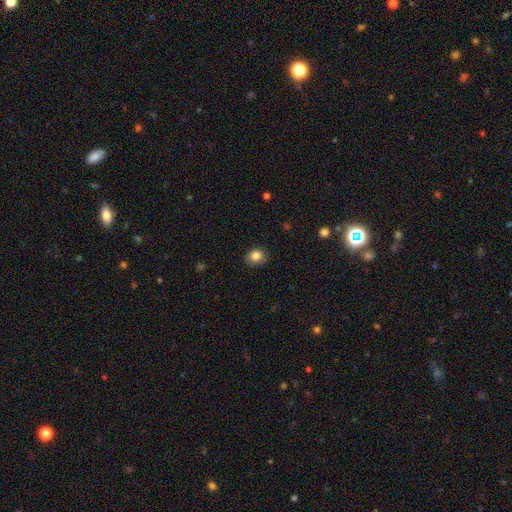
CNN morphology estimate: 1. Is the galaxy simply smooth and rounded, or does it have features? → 84% smooth, 10% star or artifact, 6% featured or disk.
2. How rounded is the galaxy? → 62% round, 38% in between, 1% cigar-shaped.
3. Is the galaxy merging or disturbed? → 83% none, 13% minor disturbance, 3% major disturbance, 1% merger.